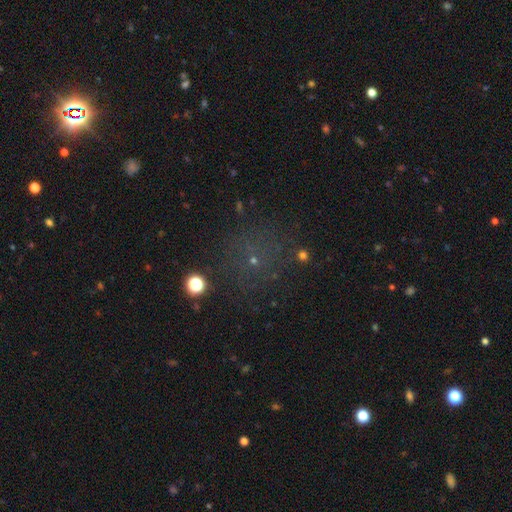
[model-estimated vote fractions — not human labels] This is possibly a star or artifact rather than a galaxy (50%).